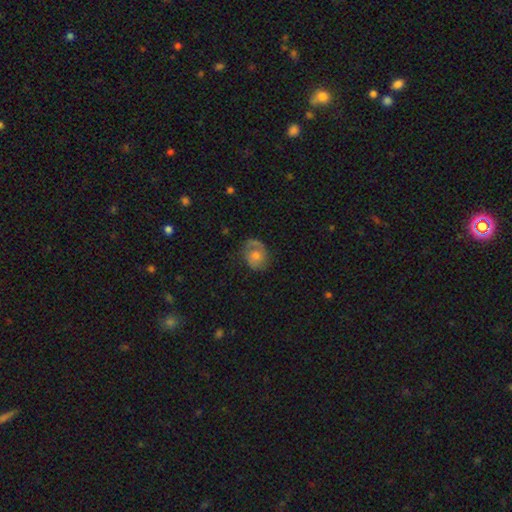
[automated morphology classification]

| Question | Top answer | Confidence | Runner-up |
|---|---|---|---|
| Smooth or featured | featured or disk | 52% | smooth (40%) |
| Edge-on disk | no | 97% | yes (3%) |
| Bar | no | 77% | weak (20%) |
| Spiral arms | yes | 80% | no (20%) |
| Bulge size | moderate | 52% | small (34%) |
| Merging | none | 62% | minor disturbance (23%) |